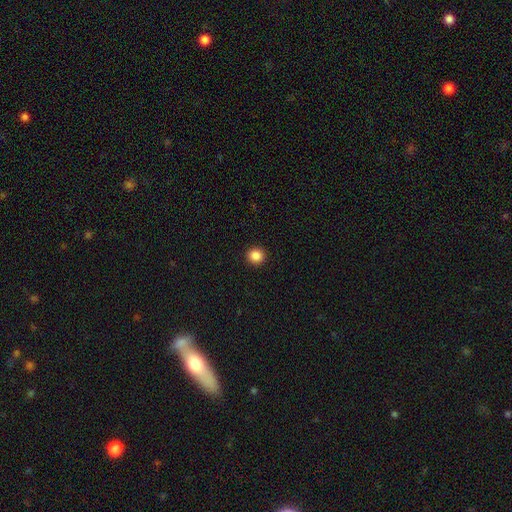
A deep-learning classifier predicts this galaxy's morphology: smooth 87%, star or artifact 10%, featured or disk 3%. Down the decision tree: how rounded — round (92%); merging — none (93%).